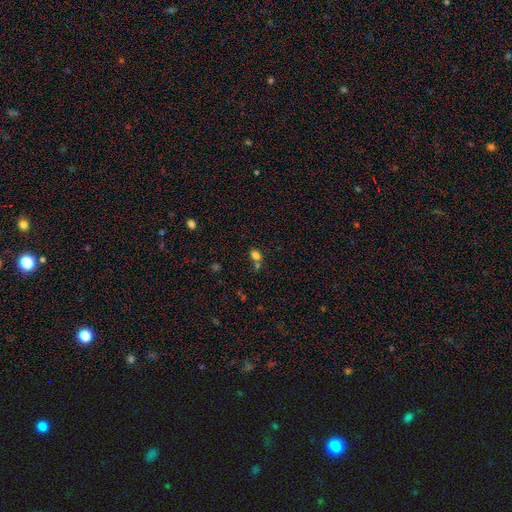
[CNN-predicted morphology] A smooth galaxy with no disk features (77%) that is in between round and cigar-shaped (52%).

Vote fractions:
- Smooth or featured? smooth: 77% / star or artifact: 16% / featured or disk: 7%
- How rounded? in between: 52% / round: 47% / cigar-shaped: 1%
- Merging? none: 54% / merger: 30% / minor disturbance: 12% / major disturbance: 5%